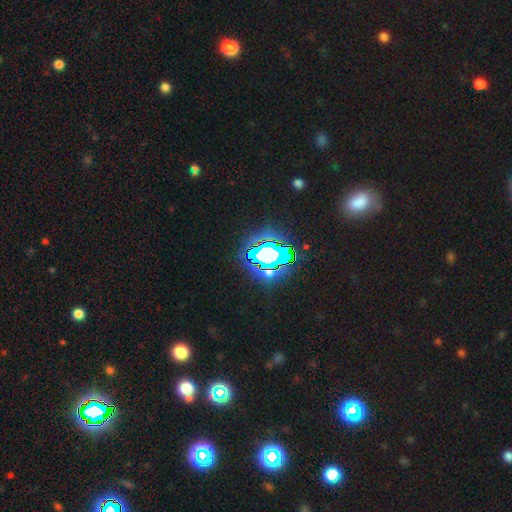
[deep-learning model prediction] smooth-or-featured: star or artifact: 79% | smooth: 13% | featured or disk: 8%